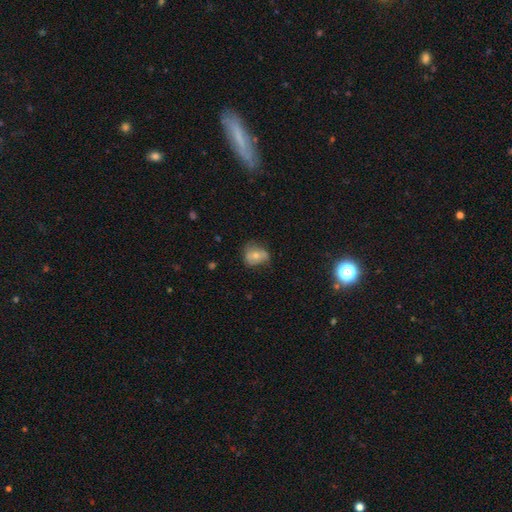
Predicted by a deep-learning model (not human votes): smooth_or_featured: smooth (p=0.61) [alt: featured or disk p=0.29]
how_rounded: in between (p=0.53) [alt: round p=0.46]
merging: none (p=0.48) [alt: minor disturbance p=0.34]